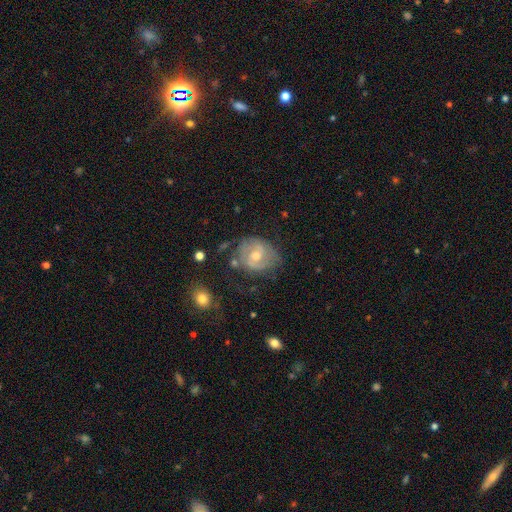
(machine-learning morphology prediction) The model was most divided on "spiral winding": medium: 45%, tight: 39%, loose: 15%. Remaining: edge-on disk — no (97%); spiral arms — yes (87%); spiral arm count — 2 (72%); smooth or featured — featured or disk (72%); bulge size — moderate (65%); merging — none (61%); bar — weak (49%).